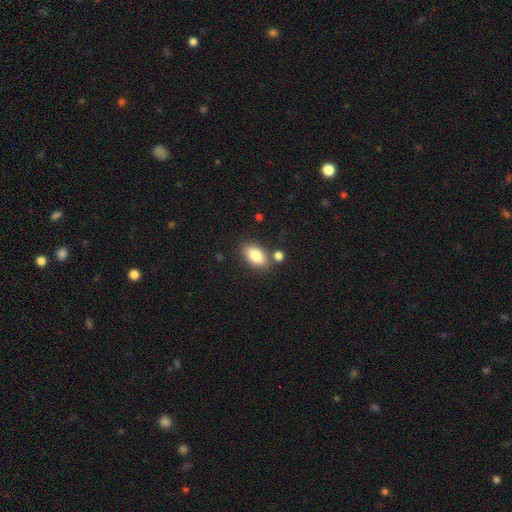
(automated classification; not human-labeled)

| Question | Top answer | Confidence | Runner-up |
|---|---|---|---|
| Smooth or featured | smooth | 84% | featured or disk (9%) |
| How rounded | in between | 91% | round (7%) |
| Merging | none | 75% | minor disturbance (12%) |